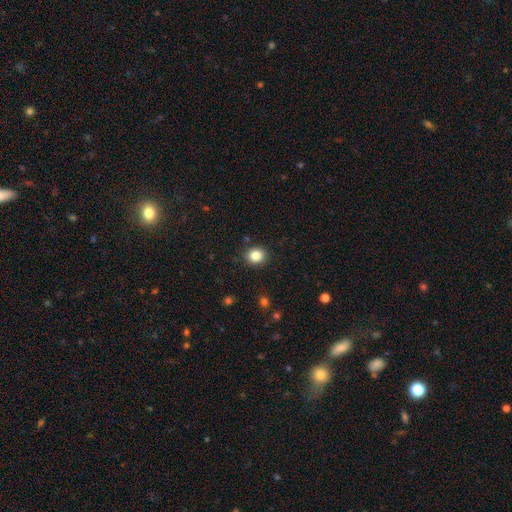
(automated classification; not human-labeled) Smooth or featured?
  - smooth: 84% *
  - star or artifact: 11%
  - featured or disk: 5%
How rounded?
  - round: 83% *
  - in between: 16%
  - cigar-shaped: 1%
Merging?
  - none: 90% *
  - minor disturbance: 6%
  - major disturbance: 2%
  - merger: 1%